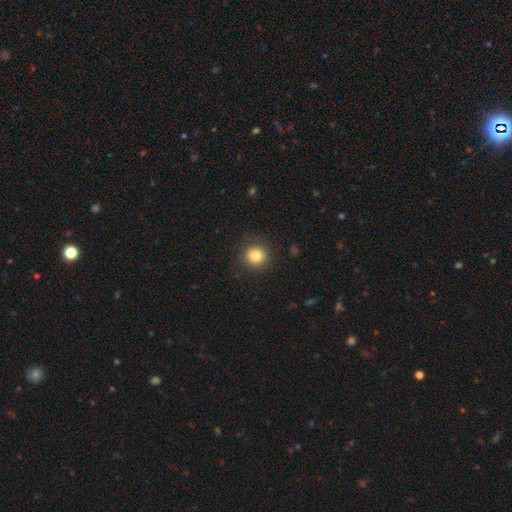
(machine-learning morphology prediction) A smooth galaxy with no disk features (83%) that is round (93%). Merging: none (89%).